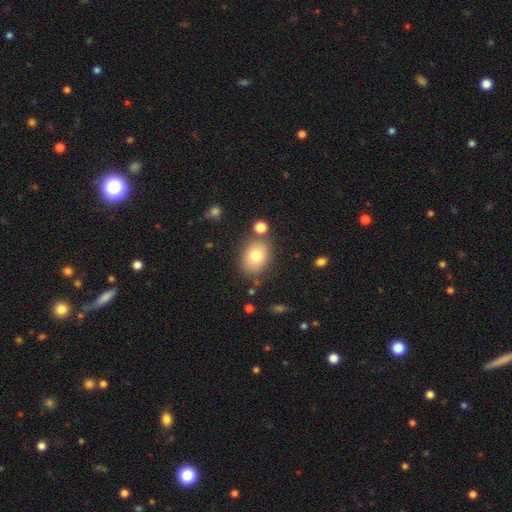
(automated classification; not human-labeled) A smooth galaxy with no disk features (77%) that is in between round and cigar-shaped (68%). Merging: none (75%).